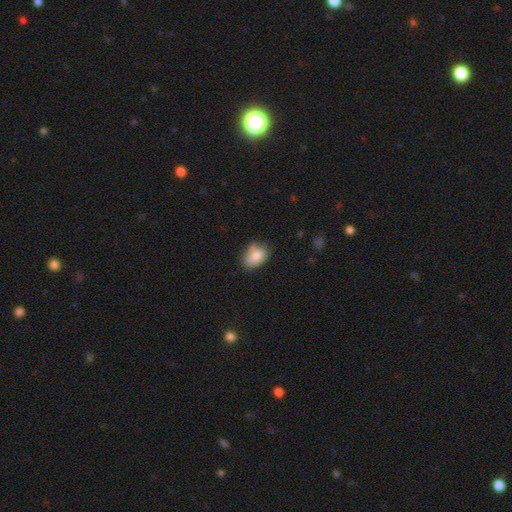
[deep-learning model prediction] Smooth or featured? Predicted: smooth (p=0.81). How rounded? Predicted: in between (p=0.81). Merging? Predicted: none (p=0.59).